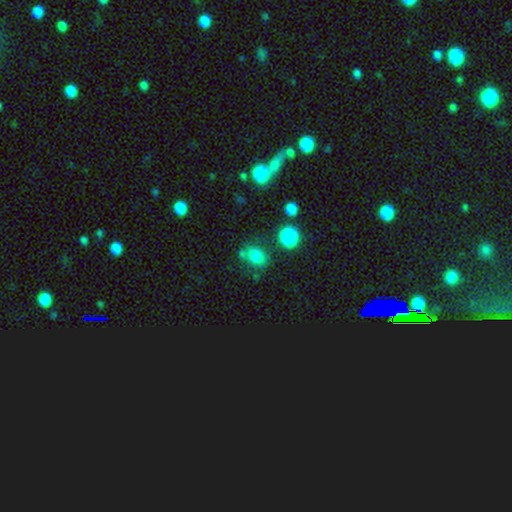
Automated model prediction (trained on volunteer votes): Smooth or featured? Predicted: smooth (p=0.73). How rounded? Predicted: in between (p=0.56). Merging? Predicted: none (p=0.60).